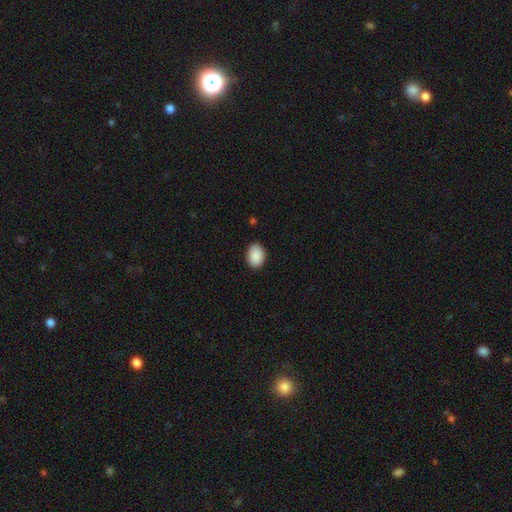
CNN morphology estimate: smooth-or-featured: smooth: 91% | star or artifact: 7% | featured or disk: 3%
  how-rounded: in between: 78% | round: 21% | cigar-shaped: 1%
  merging: none: 88% | minor disturbance: 9% | major disturbance: 2% | merger: 1%